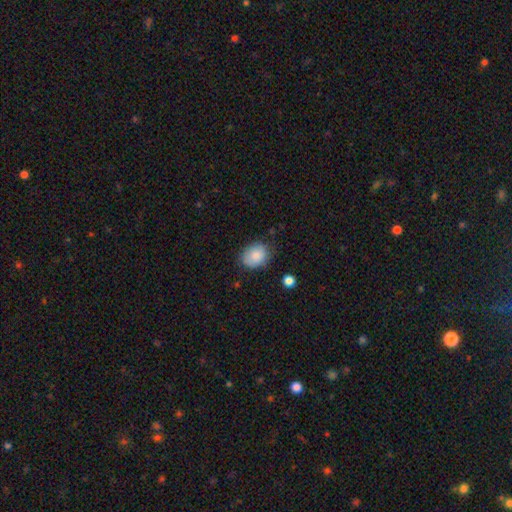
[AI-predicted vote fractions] Overall: smooth (83%). How rounded: in between (54%; round 45%). Merging: none (73%).